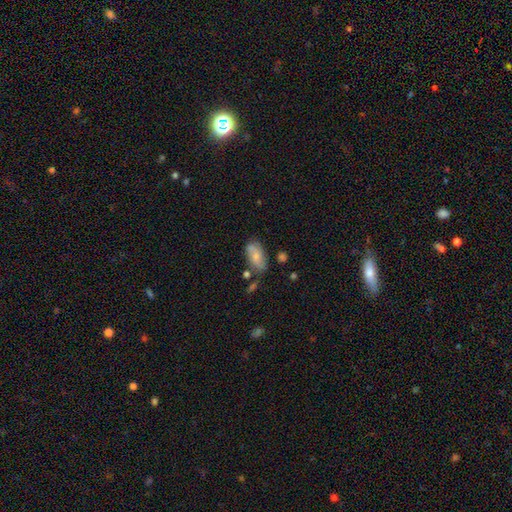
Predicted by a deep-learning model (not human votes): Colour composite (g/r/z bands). It shows a smooth galaxy with no disk features (47%). Merging: none (64%).